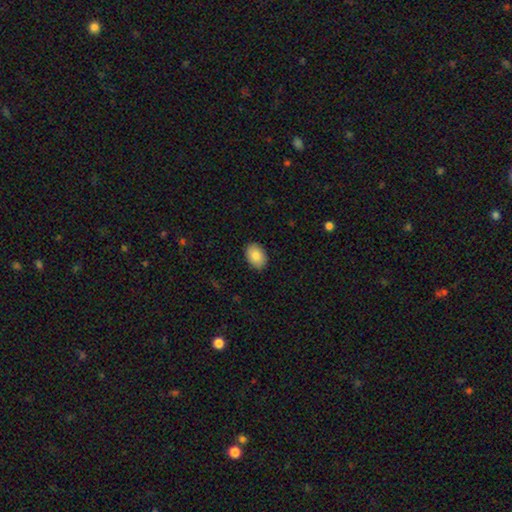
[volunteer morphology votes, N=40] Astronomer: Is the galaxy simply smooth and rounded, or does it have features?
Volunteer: smooth — 90%.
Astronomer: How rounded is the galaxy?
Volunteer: in between — 83%.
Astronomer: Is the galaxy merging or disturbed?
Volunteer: none — 65%.